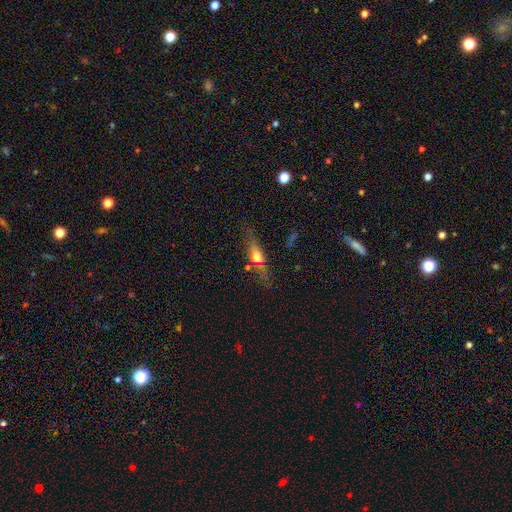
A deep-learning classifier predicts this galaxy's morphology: Smooth or featured?
  - smooth: 45% *
  - featured or disk: 43%
  - star or artifact: 12%
Merging?
  - none: 75% *
  - minor disturbance: 15%
  - major disturbance: 6%
  - merger: 4%